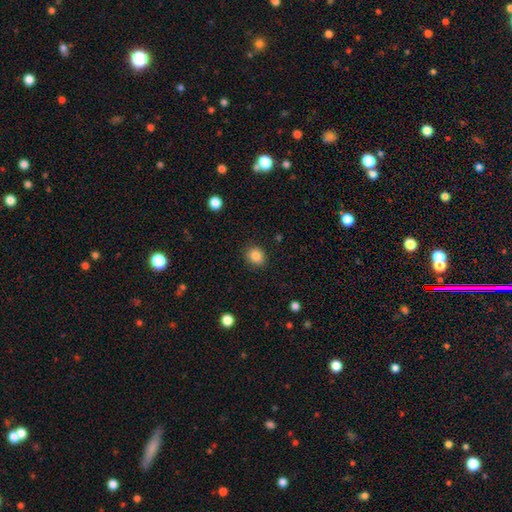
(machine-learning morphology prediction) smooth-or-featured: smooth: 84% | star or artifact: 10% | featured or disk: 5%
  how-rounded: round: 74% | in between: 25% | cigar-shaped: 1%
  merging: none: 88% | minor disturbance: 9% | major disturbance: 2% | merger: 1%